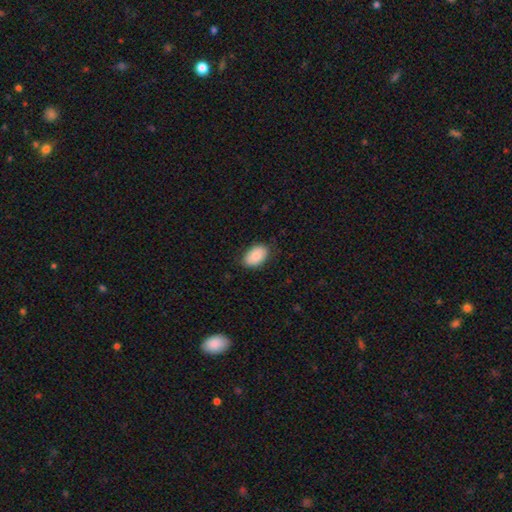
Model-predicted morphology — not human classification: Smooth or featured?
  - smooth: 85% *
  - featured or disk: 9%
  - star or artifact: 7%
How rounded?
  - in between: 91% *
  - round: 7%
  - cigar-shaped: 1%
Merging?
  - none: 82% *
  - minor disturbance: 15%
  - major disturbance: 3%
  - merger: 1%